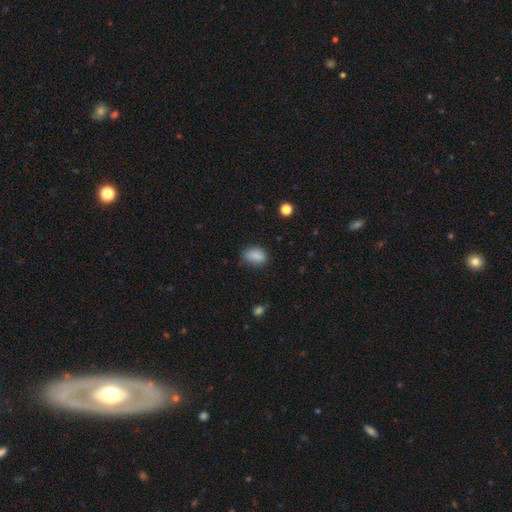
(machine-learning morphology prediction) Smooth or featured?
  - smooth: 86% *
  - star or artifact: 9%
  - featured or disk: 5%
How rounded?
  - in between: 85% *
  - round: 12%
  - cigar-shaped: 3%
Merging?
  - none: 72% *
  - minor disturbance: 22%
  - major disturbance: 5%
  - merger: 2%